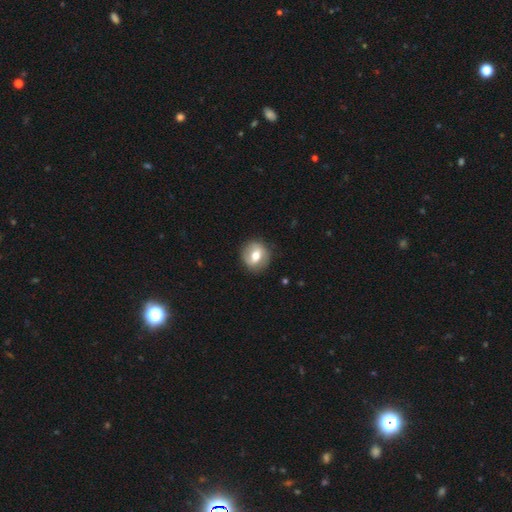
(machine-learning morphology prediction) Smooth or featured?
  - smooth: 51% *
  - featured or disk: 42%
  - star or artifact: 7%
How rounded?
  - round: 85% *
  - in between: 14%
  - cigar-shaped: 1%
Merging?
  - none: 85% *
  - minor disturbance: 10%
  - major disturbance: 3%
  - merger: 1%